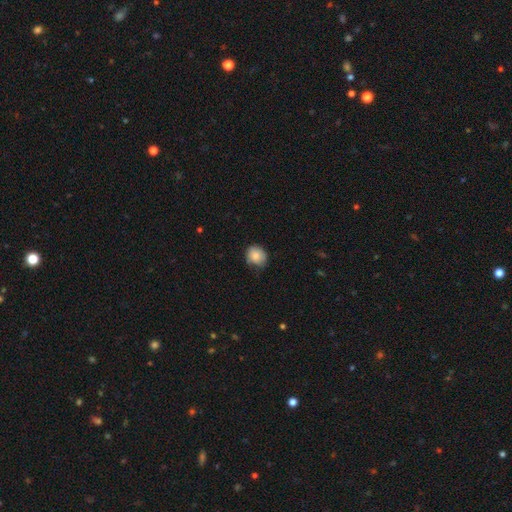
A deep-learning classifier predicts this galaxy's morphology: Smooth or featured? smooth (82%)
How rounded? round (70%)
Merging? none (68%)